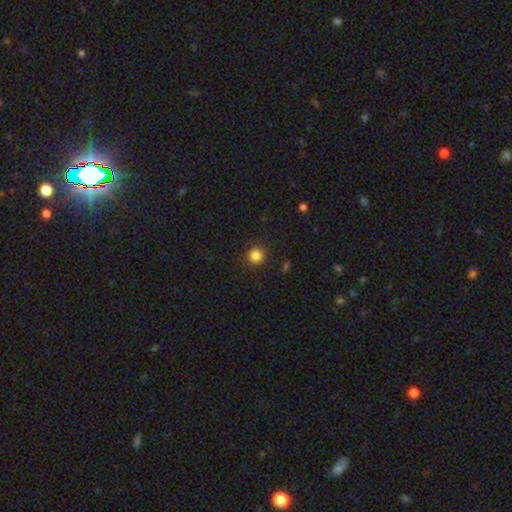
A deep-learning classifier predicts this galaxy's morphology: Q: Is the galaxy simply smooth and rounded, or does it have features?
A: smooth — 85%.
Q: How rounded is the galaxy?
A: round — 92%.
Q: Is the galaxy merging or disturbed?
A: none — 90%.